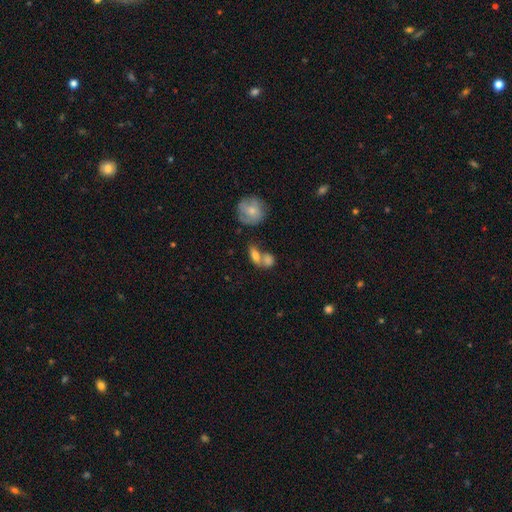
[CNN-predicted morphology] smooth 71%, featured or disk 19%, star or artifact 9%. Down the decision tree: how rounded — in between (75%); merging — merger (47%).